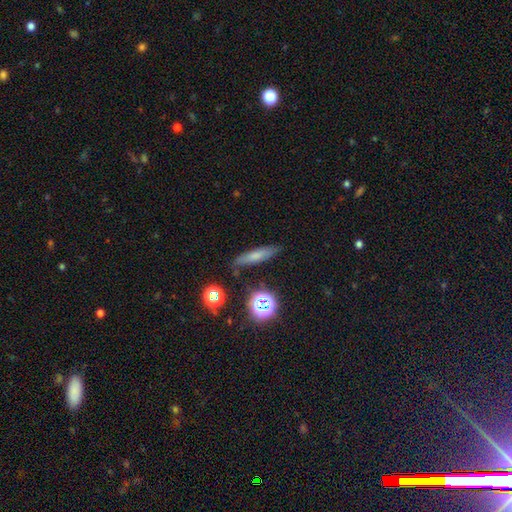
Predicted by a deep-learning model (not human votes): Smooth or featured? smooth (63%)
How rounded? cigar-shaped (74%)
Merging? none (79%)